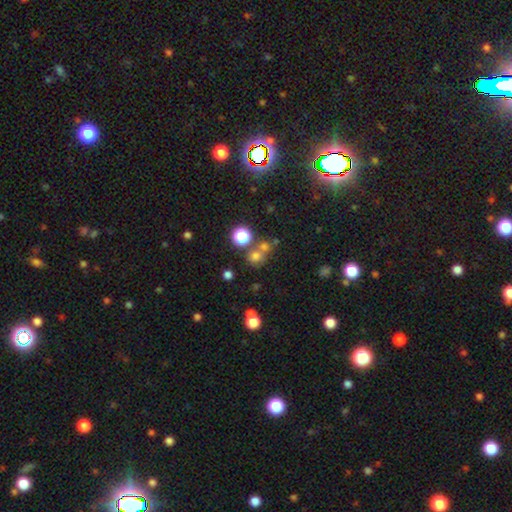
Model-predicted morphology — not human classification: A smooth galaxy with no disk features (66%) that is round (83%). Merging: none (58%).